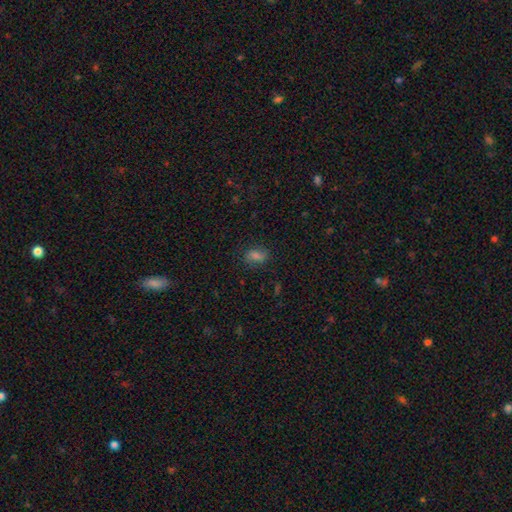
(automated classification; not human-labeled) Smooth or featured: smooth — 63% (star or artifact — 20%)
How rounded: in between — 73% (round — 23%)
Merging: none — 80% (minor disturbance — 14%)